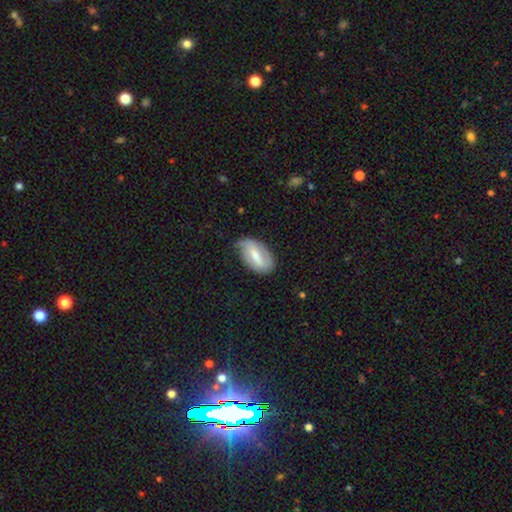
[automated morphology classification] Smooth or featured? smooth (50%)
How rounded? in between (90%)
Merging? none (61%)